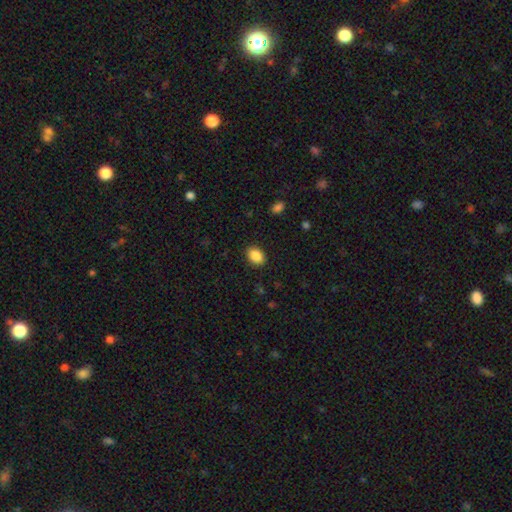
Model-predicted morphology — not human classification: This is clearly a smooth galaxy (88%). How rounded: likely in between (77%). Merging: clearly none (89%).